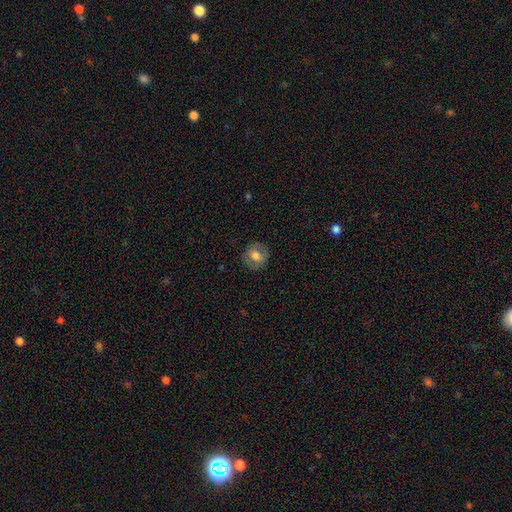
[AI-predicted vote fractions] A smooth galaxy with no disk features (68%) that is round (85%).

Vote fractions:
- Smooth or featured? smooth: 68% / featured or disk: 24% / star or artifact: 9%
- How rounded? round: 85% / in between: 14% / cigar-shaped: 1%
- Merging? none: 85% / minor disturbance: 11% / major disturbance: 3% / merger: 1%